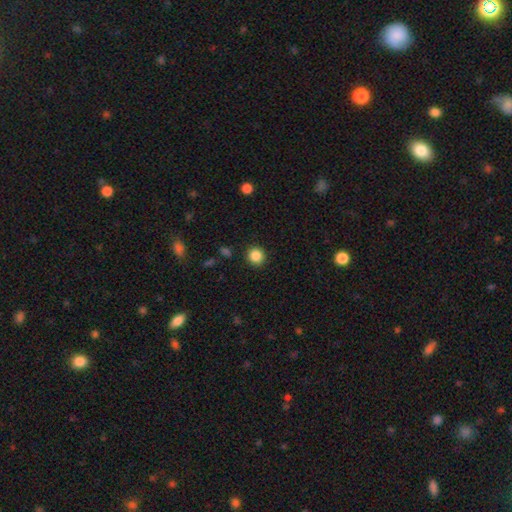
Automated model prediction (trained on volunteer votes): smooth-or-featured: smooth: 86% | star or artifact: 10% | featured or disk: 4%
  how-rounded: round: 92% | in between: 7% | cigar-shaped: 1%
  merging: none: 91% | minor disturbance: 6% | major disturbance: 2% | merger: 1%